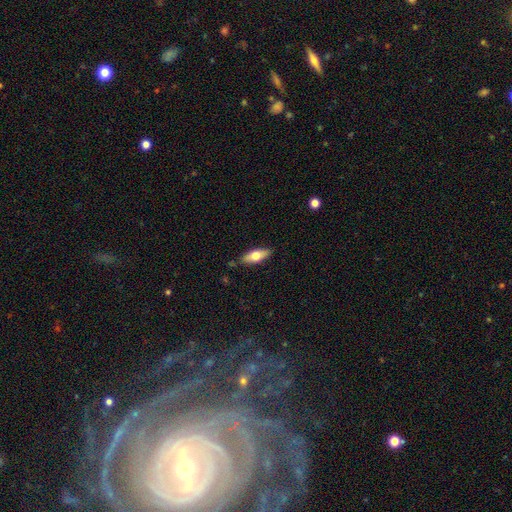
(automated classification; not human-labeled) Morphology: type=smooth (60%); roundness=in between (65%); merging=none (85%).